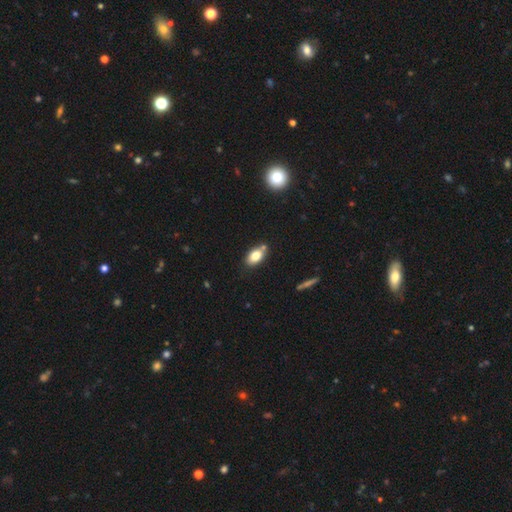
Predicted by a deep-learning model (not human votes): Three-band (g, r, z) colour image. It shows a smooth galaxy with no disk features (79%) that is in between round and cigar-shaped (88%). Merging: none (69%).